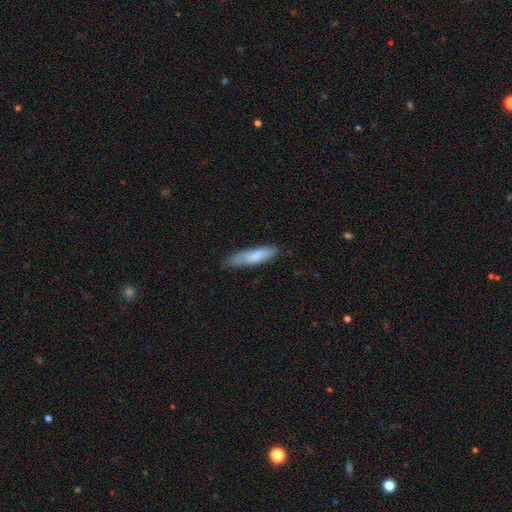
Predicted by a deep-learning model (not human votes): smooth_or_featured: smooth (p=0.78) [alt: featured or disk p=0.16]
how_rounded: cigar-shaped (p=0.69) [alt: in between p=0.30]
merging: none (p=0.61) [alt: minor disturbance p=0.31]